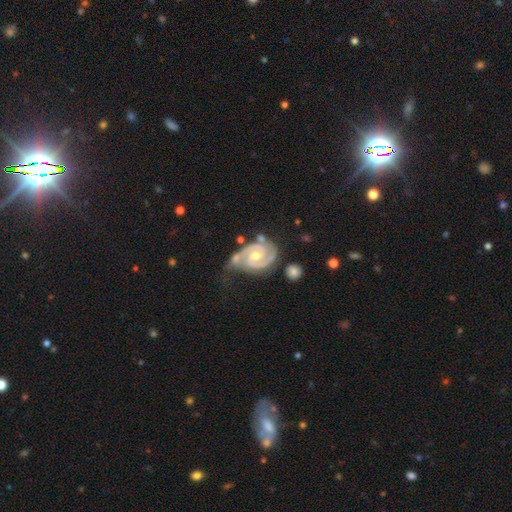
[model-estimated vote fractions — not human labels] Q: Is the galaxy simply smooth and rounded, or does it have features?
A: featured or disk — 91%.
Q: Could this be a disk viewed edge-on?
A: no — 98%.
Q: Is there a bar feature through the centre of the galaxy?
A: no — 50%.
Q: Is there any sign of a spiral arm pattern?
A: yes — 98%.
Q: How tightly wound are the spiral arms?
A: tight — 66%.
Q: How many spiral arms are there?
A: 2 — 83%.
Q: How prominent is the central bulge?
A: moderate — 63%.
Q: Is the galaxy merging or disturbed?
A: none — 50%.